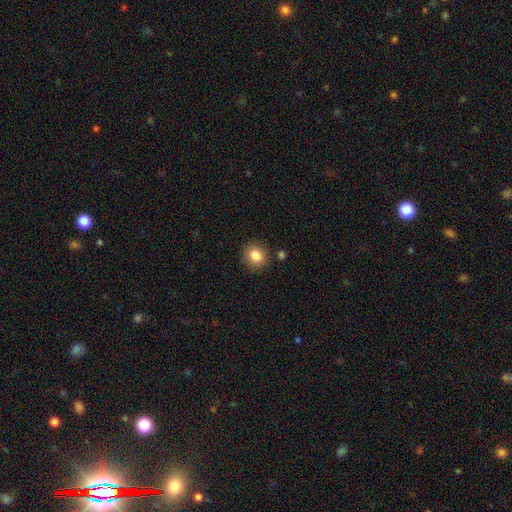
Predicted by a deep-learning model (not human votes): Q: Smooth or featured?
A: smooth (84%); runner-up: star or artifact (10%)
Q: How rounded?
A: round (76%); runner-up: in between (23%)
Q: Merging?
A: none (86%); runner-up: minor disturbance (9%)